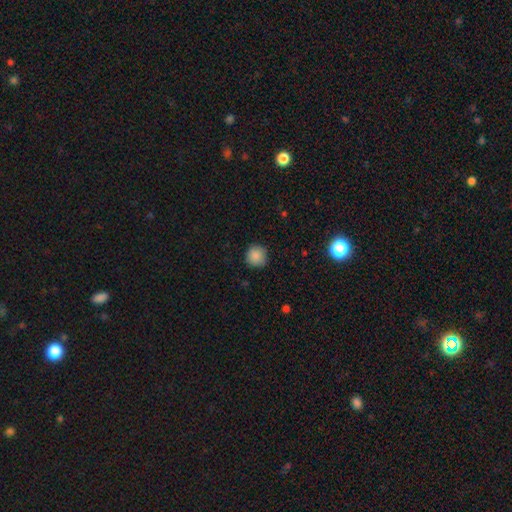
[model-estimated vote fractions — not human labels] Smooth or featured? Predicted: smooth (p=0.88). How rounded? Predicted: round (p=0.93). Merging? Predicted: none (p=0.86).